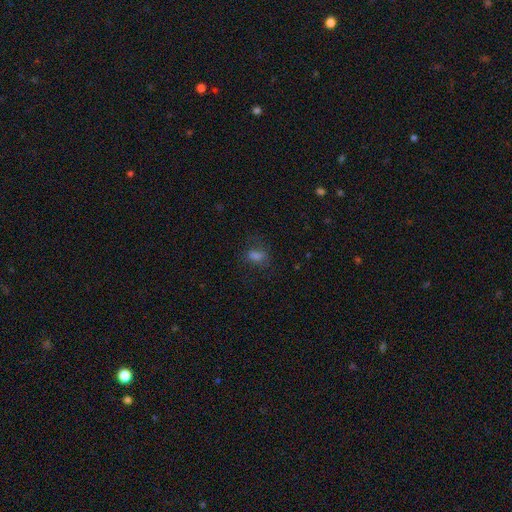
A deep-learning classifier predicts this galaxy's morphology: Smooth or featured? Predicted: smooth (p=0.62). How rounded? Predicted: in between (p=0.72). Merging? Predicted: none (p=0.64).